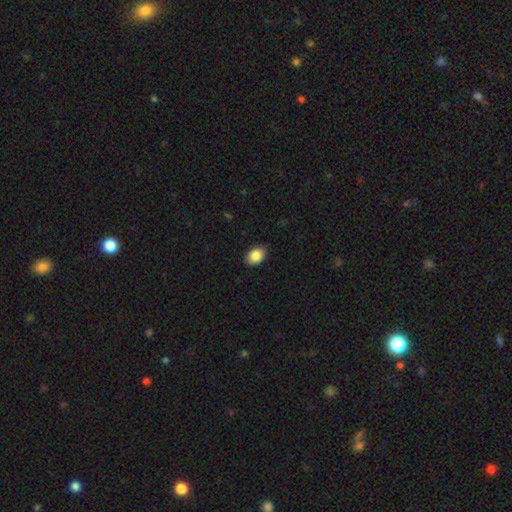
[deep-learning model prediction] The model was most divided on "how rounded": in between: 79%, round: 20%, cigar-shaped: 1%. More confident: merging — none (88%); smooth or featured — smooth (88%).